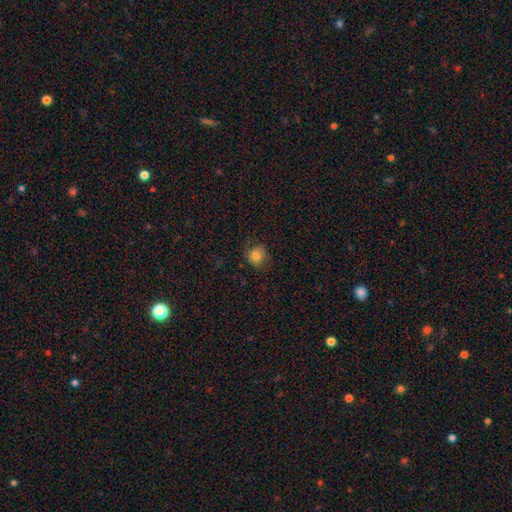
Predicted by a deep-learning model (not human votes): A smooth galaxy with no disk features (78%) that is round (80%).

Vote fractions:
- Smooth or featured? smooth: 78% / star or artifact: 12% / featured or disk: 10%
- How rounded? round: 80% / in between: 19% / cigar-shaped: 1%
- Merging? none: 73% / minor disturbance: 19% / major disturbance: 7% / merger: 1%